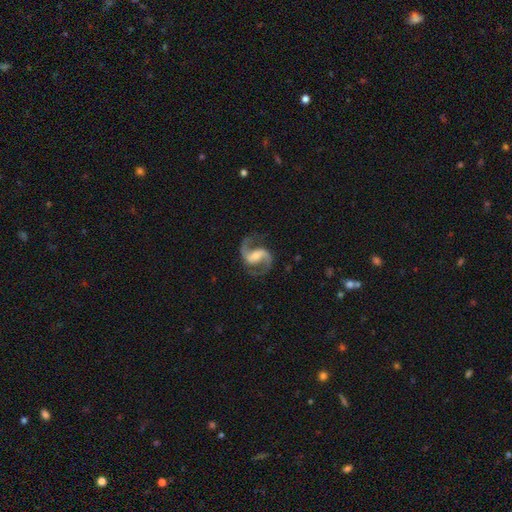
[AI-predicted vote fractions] Q: Smooth or featured?
A: featured or disk (92%); runner-up: star or artifact (4%)
Q: Edge-on disk?
A: no (98%); runner-up: yes (2%)
Q: Bar?
A: weak (44%); runner-up: strong (34%)
Q: Spiral arms?
A: yes (98%); runner-up: no (2%)
Q: Spiral winding?
A: medium (55%); runner-up: loose (36%)
Q: Spiral arm count?
A: 2 (94%); runner-up: 1 (2%)
Q: Bulge size?
A: small (43%); runner-up: moderate (42%)
Q: Merging?
A: none (79%); runner-up: minor disturbance (12%)